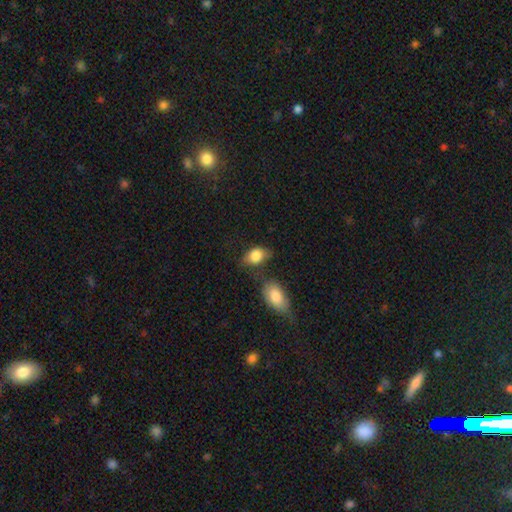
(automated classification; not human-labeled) Smooth or featured?
  - smooth: 85% *
  - featured or disk: 9%
  - star or artifact: 7%
How rounded?
  - in between: 81% *
  - round: 17%
  - cigar-shaped: 2%
Merging?
  - none: 47% *
  - minor disturbance: 26%
  - merger: 17%
  - major disturbance: 10%